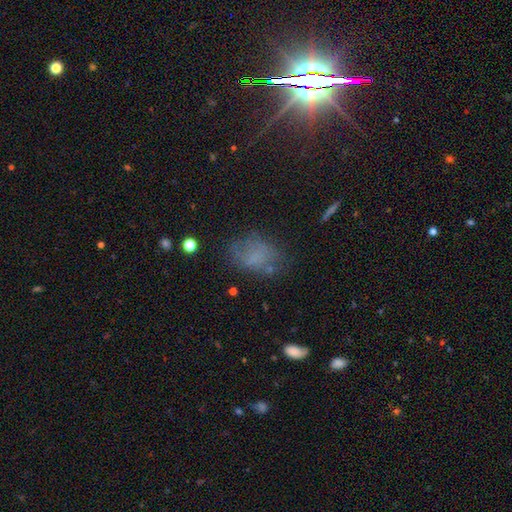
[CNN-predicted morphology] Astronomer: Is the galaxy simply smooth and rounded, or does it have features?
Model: smooth — 61%.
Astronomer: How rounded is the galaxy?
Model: in between — 75%.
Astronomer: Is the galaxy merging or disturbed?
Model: none — 58%.